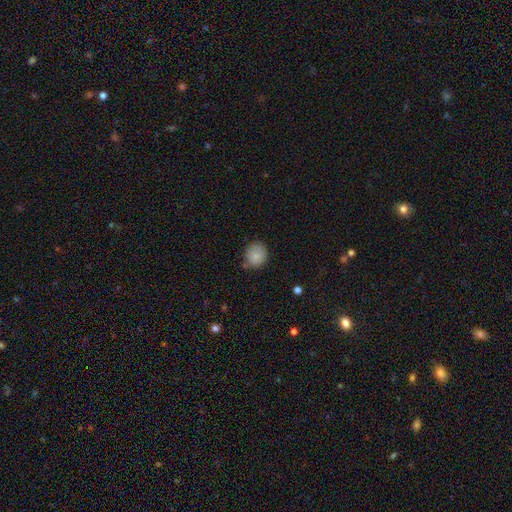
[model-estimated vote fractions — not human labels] Smooth or featured: smooth — 85% (star or artifact — 9%)
How rounded: round — 80% (in between — 19%)
Merging: none — 76% (minor disturbance — 16%)